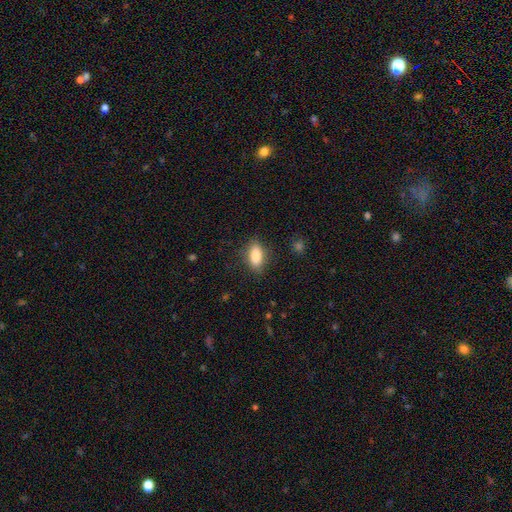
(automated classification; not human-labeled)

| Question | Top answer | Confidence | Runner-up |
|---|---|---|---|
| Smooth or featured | smooth | 84% | featured or disk (9%) |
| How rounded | in between | 84% | cigar-shaped (12%) |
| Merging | none | 85% | minor disturbance (11%) |